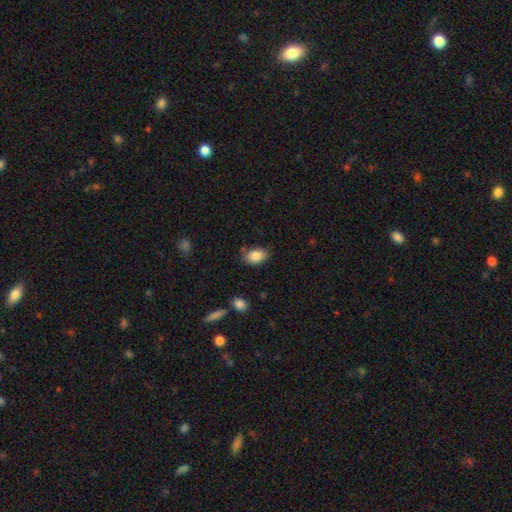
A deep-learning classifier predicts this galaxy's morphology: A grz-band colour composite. It shows a smooth galaxy with no disk features (85%) that is in between round and cigar-shaped (87%). Merging: none (74%).